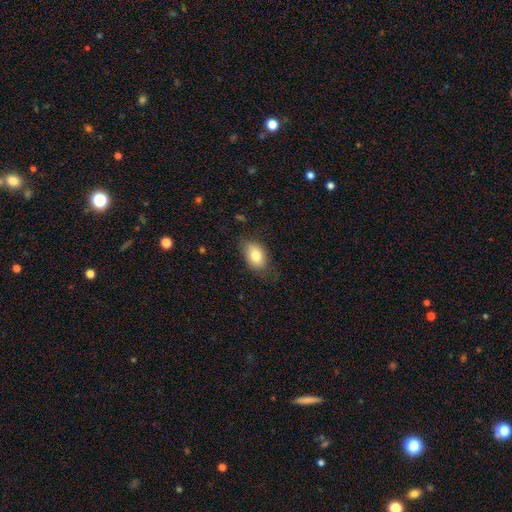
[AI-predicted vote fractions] This is likely a smooth galaxy (80%). How rounded: clearly in between (86%). Merging: likely none (74%).